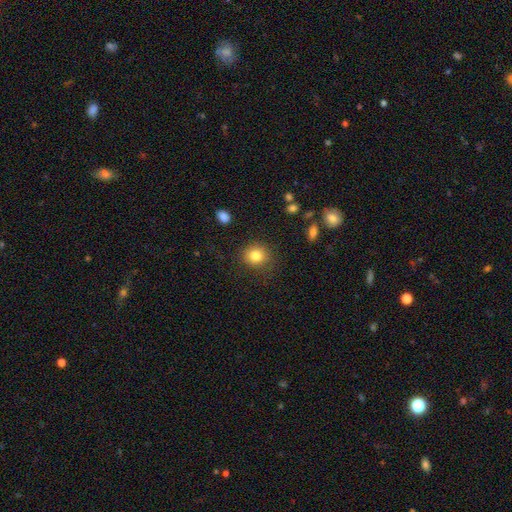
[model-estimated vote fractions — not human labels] Smooth or featured? Predicted: smooth (p=0.82). How rounded? Predicted: round (p=0.82). Merging? Predicted: none (p=0.85).